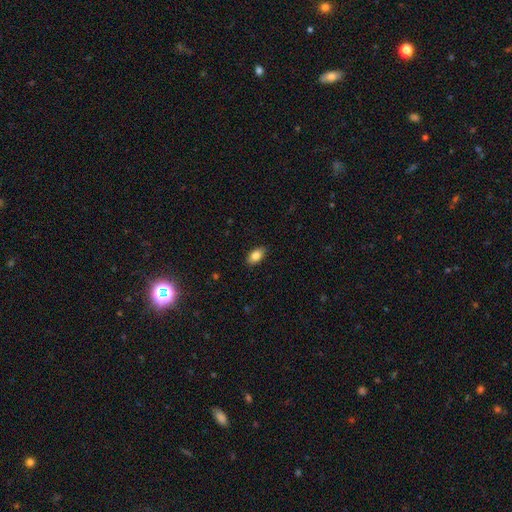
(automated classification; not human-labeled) Q: Smooth or featured?
A: smooth (84%); runner-up: featured or disk (8%)
Q: How rounded?
A: in between (91%); runner-up: round (6%)
Q: Merging?
A: none (88%); runner-up: minor disturbance (9%)